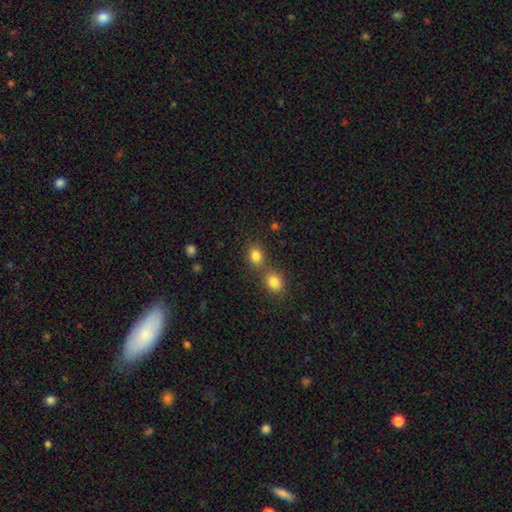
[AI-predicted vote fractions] This appears to be a smooth galaxy with no disk features (82%) that is round (59%). Merging: none (51%).